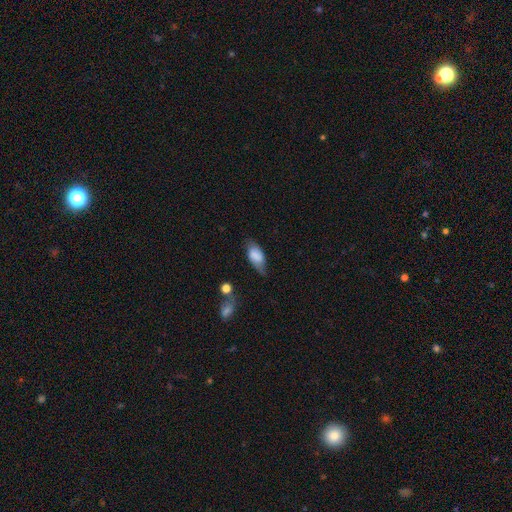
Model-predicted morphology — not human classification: Smooth or featured? smooth (71%)
How rounded? in between (88%)
Merging? none (54%)